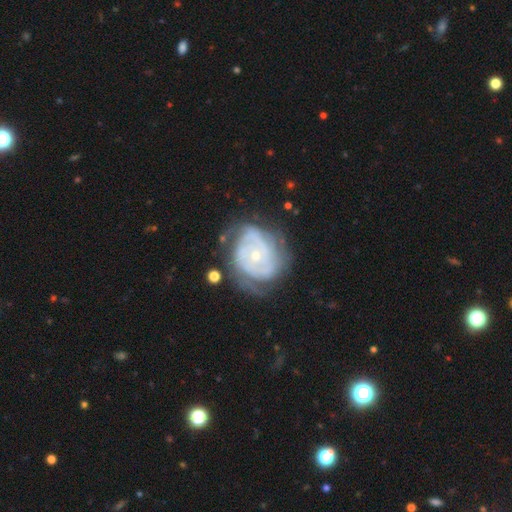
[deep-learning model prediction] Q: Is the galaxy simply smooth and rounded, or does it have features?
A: featured or disk — 84%.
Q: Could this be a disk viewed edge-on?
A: no — 98%.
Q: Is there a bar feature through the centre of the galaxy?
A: no — 78%.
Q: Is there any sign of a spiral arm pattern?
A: yes — 92%.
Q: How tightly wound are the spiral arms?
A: tight — 71%.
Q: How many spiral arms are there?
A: can't tell — 33%.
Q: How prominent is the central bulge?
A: small — 69%.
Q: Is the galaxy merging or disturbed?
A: none — 62%.